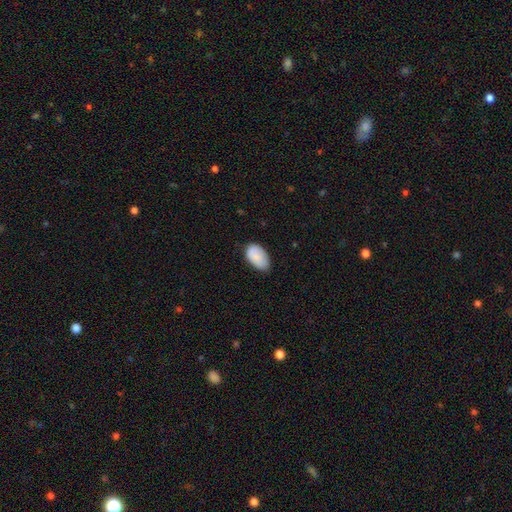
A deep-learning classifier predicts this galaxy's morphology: smooth_or_featured: smooth (p=0.87) [alt: star or artifact p=0.07]
how_rounded: in between (p=0.94) [alt: round p=0.05]
merging: none (p=0.68) [alt: minor disturbance p=0.27]